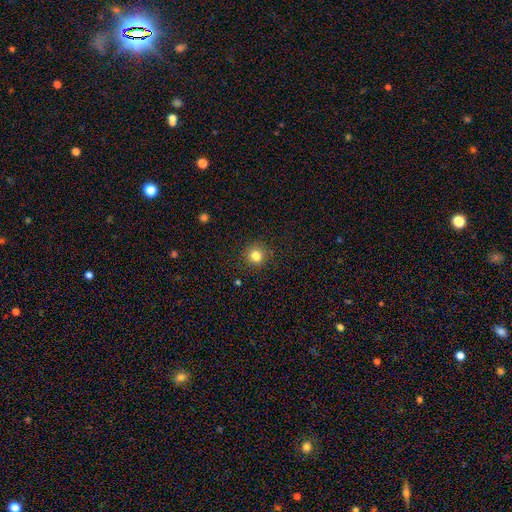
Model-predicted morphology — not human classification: smooth_or_featured: smooth (p=0.83) [alt: star or artifact p=0.12]
how_rounded: round (p=0.92) [alt: in between p=0.07]
merging: none (p=0.90) [alt: minor disturbance p=0.06]